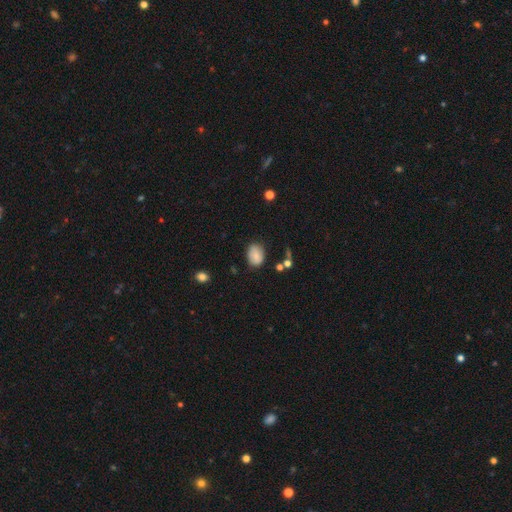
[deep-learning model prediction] Q: Smooth or featured?
A: smooth (78%); runner-up: featured or disk (13%)
Q: How rounded?
A: in between (72%); runner-up: round (27%)
Q: Merging?
A: none (74%); runner-up: minor disturbance (19%)